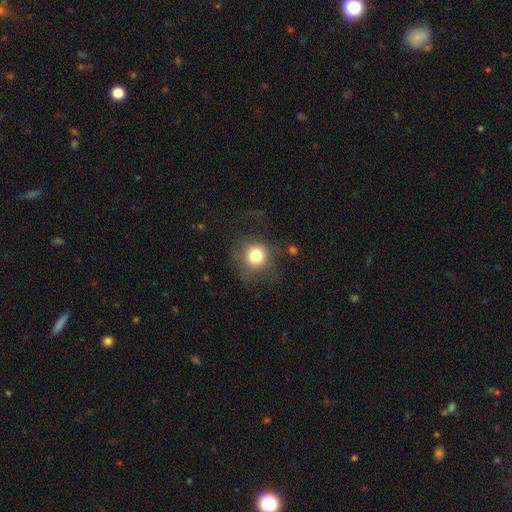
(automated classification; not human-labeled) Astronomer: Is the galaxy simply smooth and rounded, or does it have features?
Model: smooth — 78%.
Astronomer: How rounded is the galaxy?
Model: round — 90%.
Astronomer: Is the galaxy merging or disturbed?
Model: none — 63%.